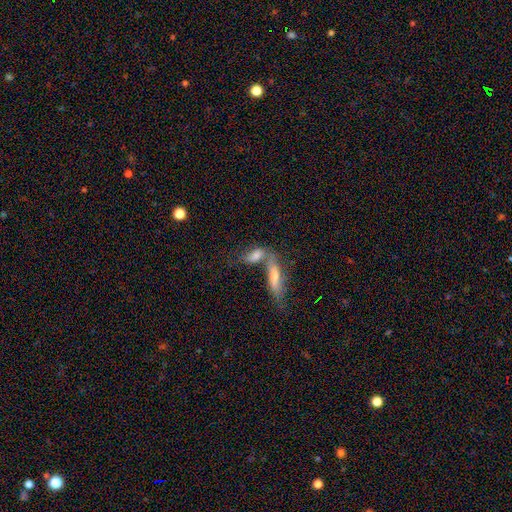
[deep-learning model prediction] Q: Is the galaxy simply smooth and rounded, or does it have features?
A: smooth — 64%.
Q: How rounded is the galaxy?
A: in between — 62%.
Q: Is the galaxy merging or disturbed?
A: merger — 55%.